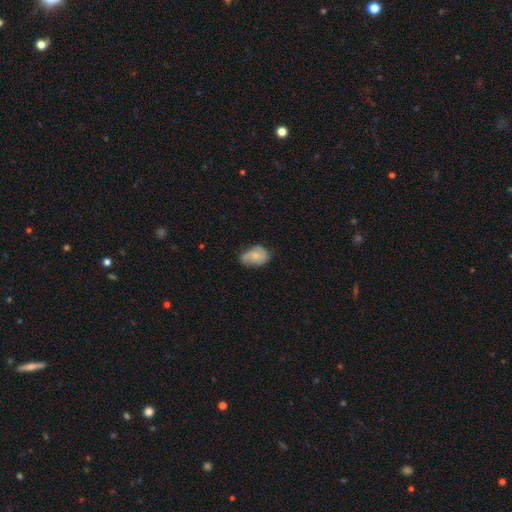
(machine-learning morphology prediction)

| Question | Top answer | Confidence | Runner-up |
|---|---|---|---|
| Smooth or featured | smooth | 55% | featured or disk (37%) |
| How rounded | in between | 82% | round (17%) |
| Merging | none | 50% | minor disturbance (37%) |